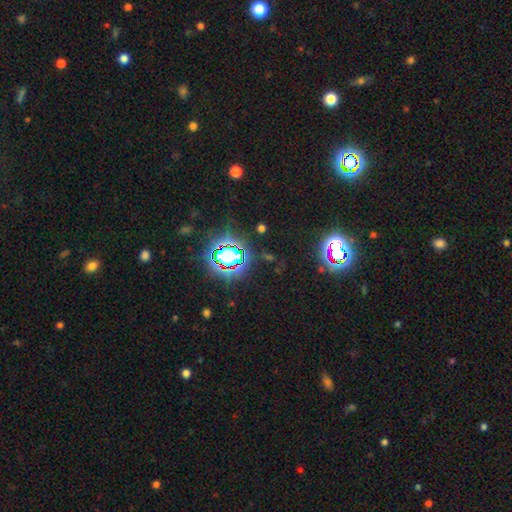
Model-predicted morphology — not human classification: smooth_or_featured: star or artifact (p=0.82) [alt: smooth p=0.11]